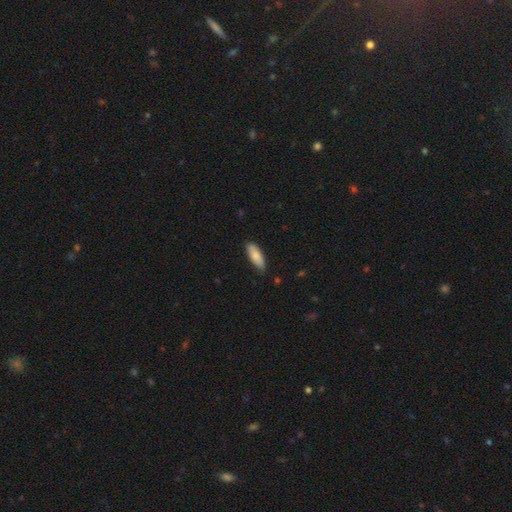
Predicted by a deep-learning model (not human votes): Morphology: type=smooth (82%); roundness=in between (68%); merging=none (82%).